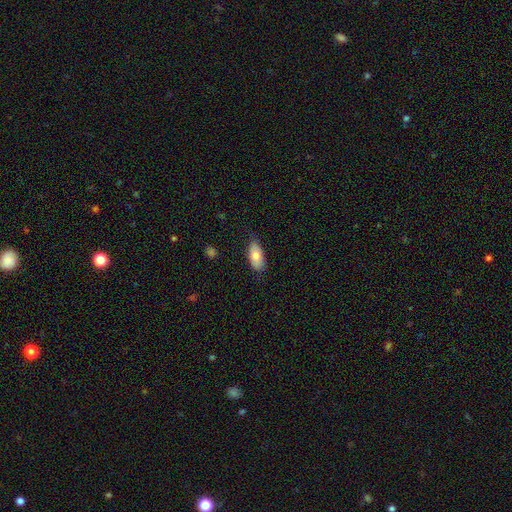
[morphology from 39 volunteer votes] smooth 74%, featured or disk 23%, star or artifact 3%. Down the decision tree: how rounded — in between (93%); merging — none (76%).